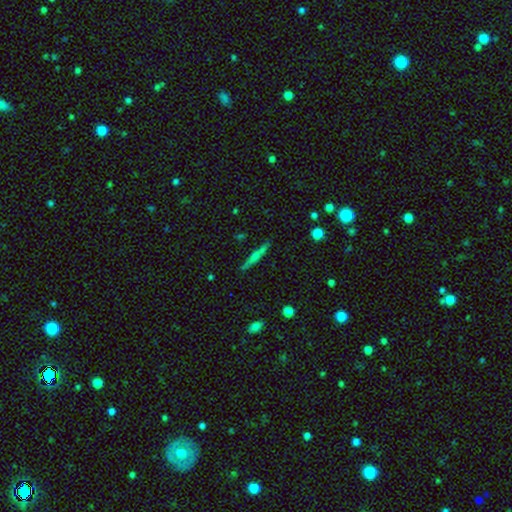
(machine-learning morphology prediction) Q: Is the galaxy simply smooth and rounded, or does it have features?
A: featured or disk — 46%.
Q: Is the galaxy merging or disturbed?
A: none — 84%.